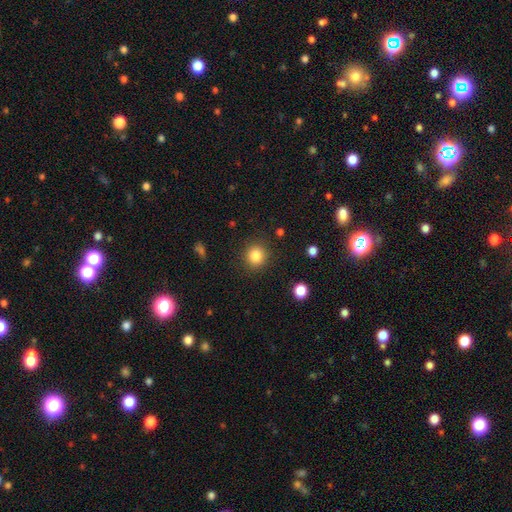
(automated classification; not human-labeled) Smooth or featured: smooth — 84% (star or artifact — 11%)
How rounded: round — 90% (in between — 9%)
Merging: none — 89% (minor disturbance — 7%)